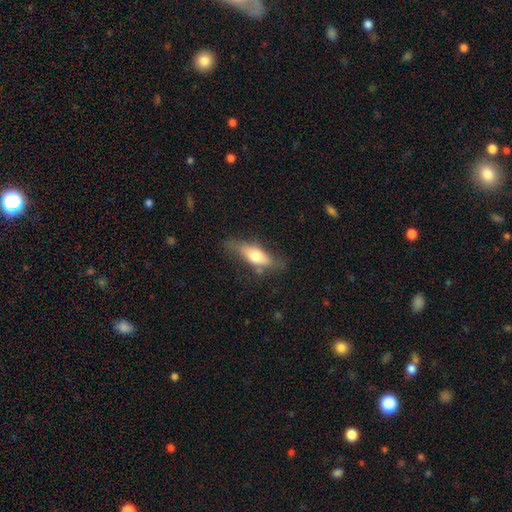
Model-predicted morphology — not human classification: smooth 63%, featured or disk 31%, star or artifact 7%. Down the decision tree: how rounded — in between (61%); merging — none (60%).